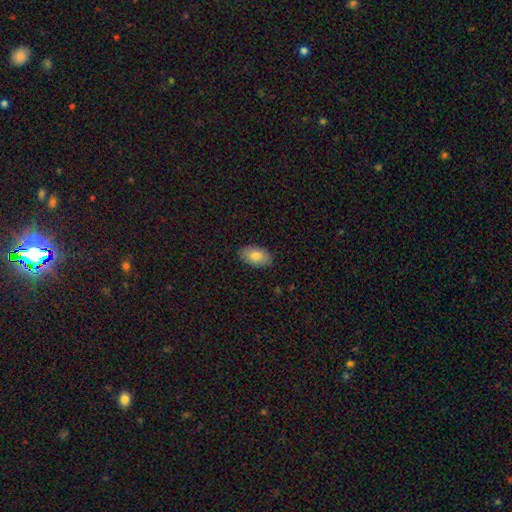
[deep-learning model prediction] This is clearly a smooth galaxy (83%). How rounded: clearly in between (94%). Merging: clearly none (88%).